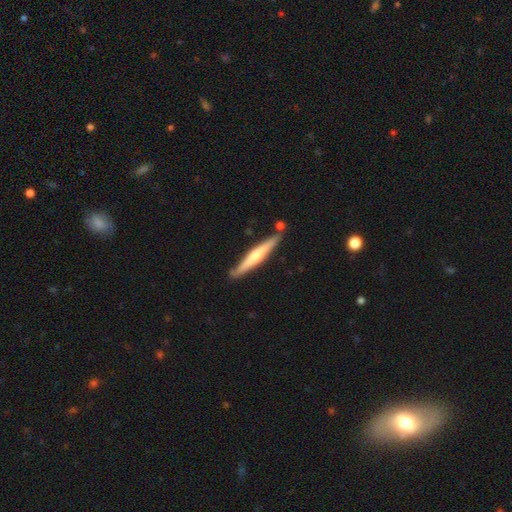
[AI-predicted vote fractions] Overall: featured or disk (52%; smooth 43%). Edge-on disk: yes (95%). Merging: none (79%).